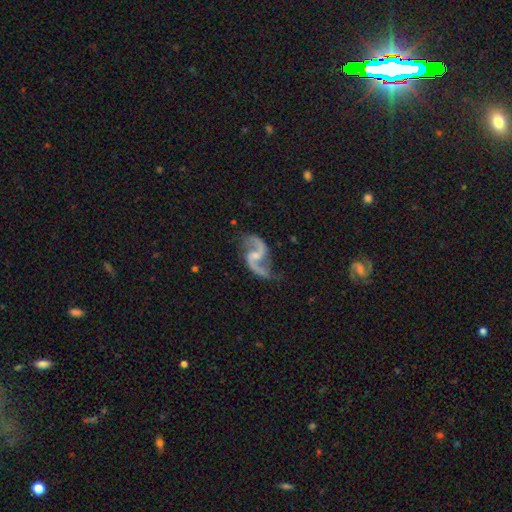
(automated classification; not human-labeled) Smooth or featured? Predicted: featured or disk (p=0.93). Edge-on disk? Predicted: no (p=0.98). Bar? Predicted: weak (p=0.47). Spiral arms? Predicted: yes (p=0.98). Spiral winding? Predicted: loose (p=0.70). Spiral arm count? Predicted: 2 (p=0.94). Bulge size? Predicted: small (p=0.55). Merging? Predicted: none (p=0.73).